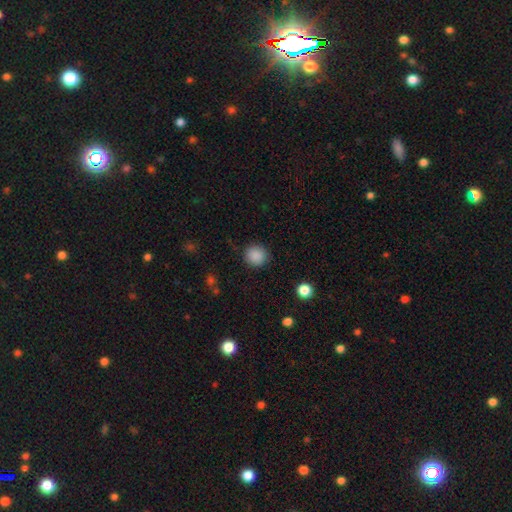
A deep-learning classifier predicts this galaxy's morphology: smooth-or-featured: smooth: 88% | star or artifact: 9% | featured or disk: 3%
  how-rounded: round: 90% | in between: 9% | cigar-shaped: 1%
  merging: none: 89% | minor disturbance: 7% | major disturbance: 3% | merger: 1%